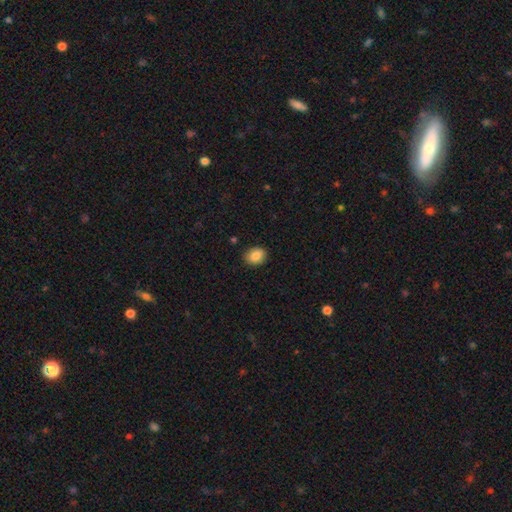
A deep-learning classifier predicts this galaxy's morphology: The model was most divided on "how rounded": in between: 53%, round: 46%, cigar-shaped: 1%. More confident: smooth or featured — smooth (86%); merging — none (86%).